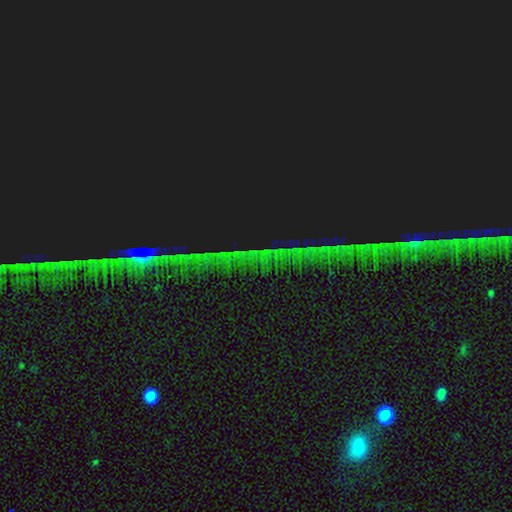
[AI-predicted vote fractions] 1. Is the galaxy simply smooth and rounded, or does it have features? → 86% star or artifact, 8% featured or disk, 6% smooth.